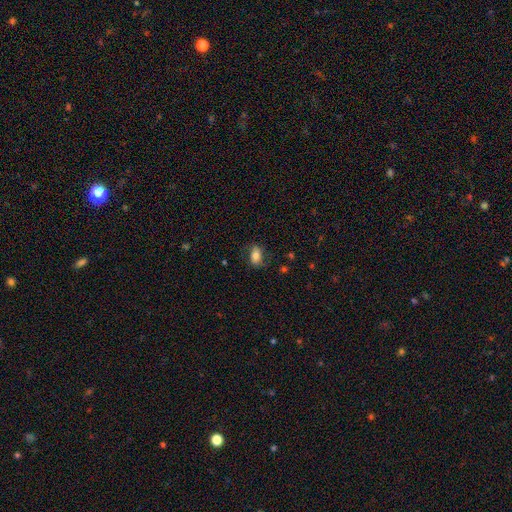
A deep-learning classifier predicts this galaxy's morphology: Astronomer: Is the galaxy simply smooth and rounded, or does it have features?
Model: smooth — 71%.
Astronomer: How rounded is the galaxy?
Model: in between — 84%.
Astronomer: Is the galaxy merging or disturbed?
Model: none — 71%.